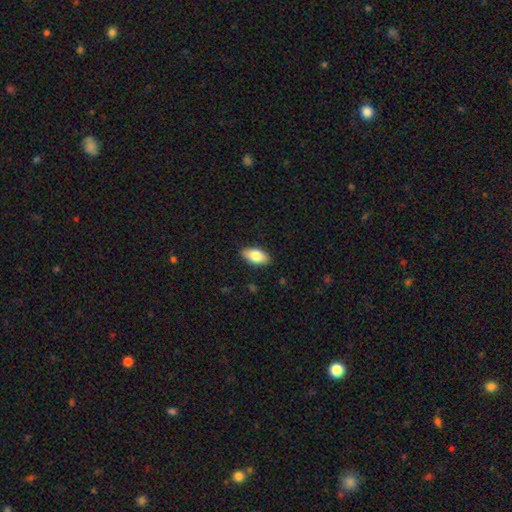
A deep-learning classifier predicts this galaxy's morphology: Smooth or featured?
  - smooth: 81% *
  - featured or disk: 13%
  - star or artifact: 7%
How rounded?
  - in between: 92% *
  - cigar-shaped: 5%
  - round: 4%
Merging?
  - none: 88% *
  - minor disturbance: 9%
  - major disturbance: 2%
  - merger: 1%